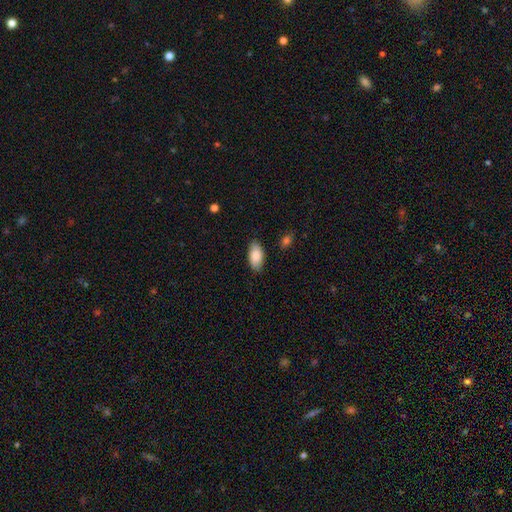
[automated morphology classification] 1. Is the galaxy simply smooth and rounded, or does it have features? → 87% smooth, 6% featured or disk, 6% star or artifact.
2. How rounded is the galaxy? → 92% in between, 5% cigar-shaped, 3% round.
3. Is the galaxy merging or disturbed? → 84% none, 12% minor disturbance, 2% major disturbance, 1% merger.